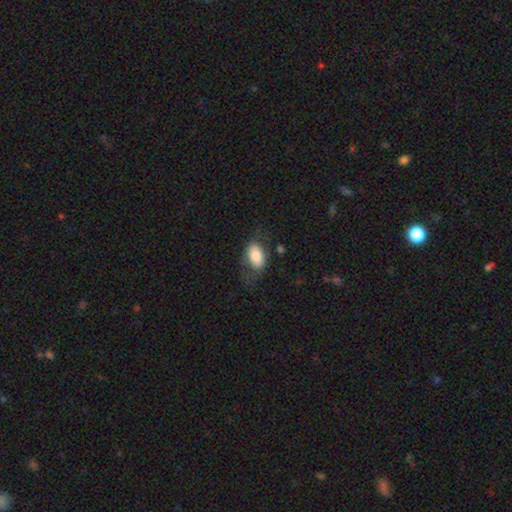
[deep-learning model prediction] Smooth or featured? Predicted: smooth (p=0.75). How rounded? Predicted: in between (p=0.91). Merging? Predicted: none (p=0.53).